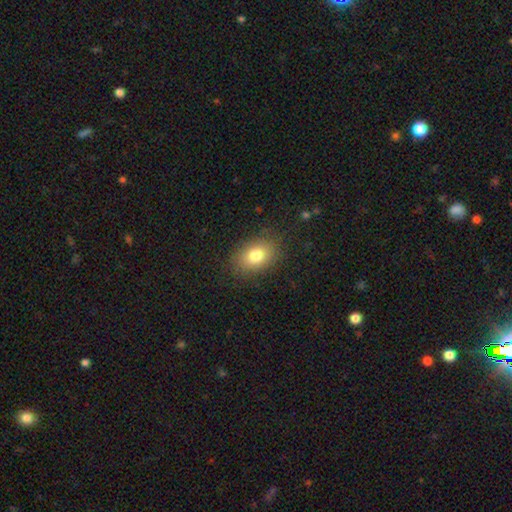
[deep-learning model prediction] smooth 80%, featured or disk 10%, star or artifact 10%. Down the decision tree: how rounded — in between (78%); merging — none (85%).